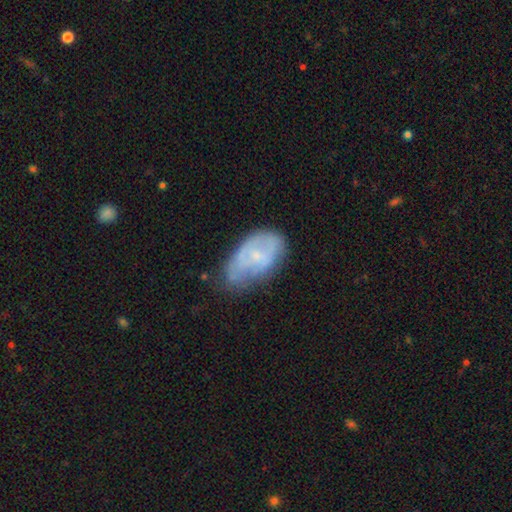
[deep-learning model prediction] Q: Smooth or featured?
A: featured or disk (49%); runner-up: smooth (43%)
Q: Merging?
A: minor disturbance (41%); runner-up: none (39%)